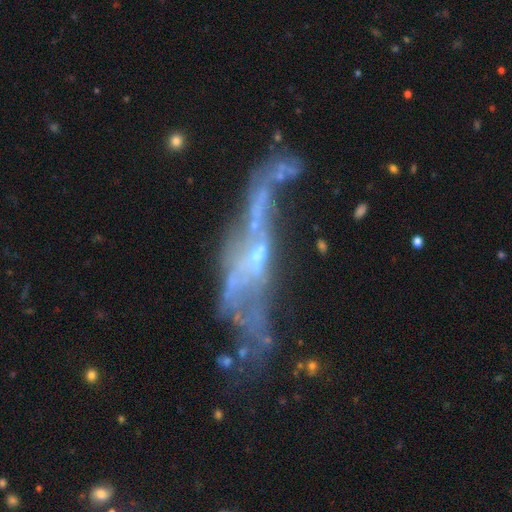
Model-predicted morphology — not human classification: A featured or disk galaxy (68%) with no bar (72%), no spiral arms (73%) and a small central bulge (37%). Merging: major disturbance (40%).